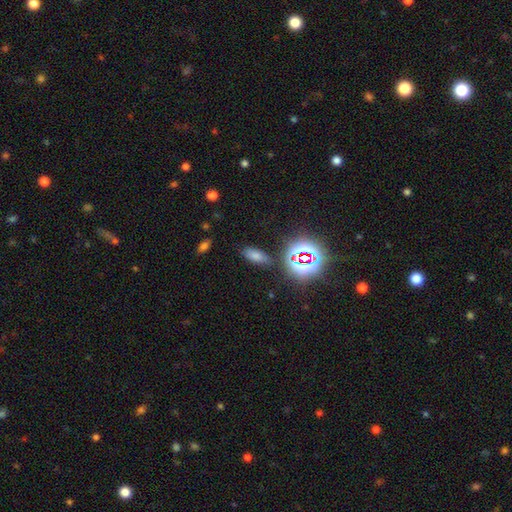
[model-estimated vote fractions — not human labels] Smooth or featured? Predicted: smooth (p=0.66). How rounded? Predicted: in between (p=0.80). Merging? Predicted: none (p=0.80).